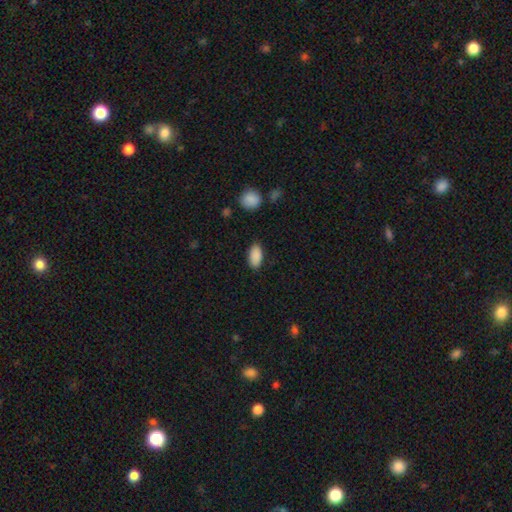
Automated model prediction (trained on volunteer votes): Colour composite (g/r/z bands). It shows a smooth galaxy with no disk features (89%) that is in between round and cigar-shaped (93%). Merging: none (87%).